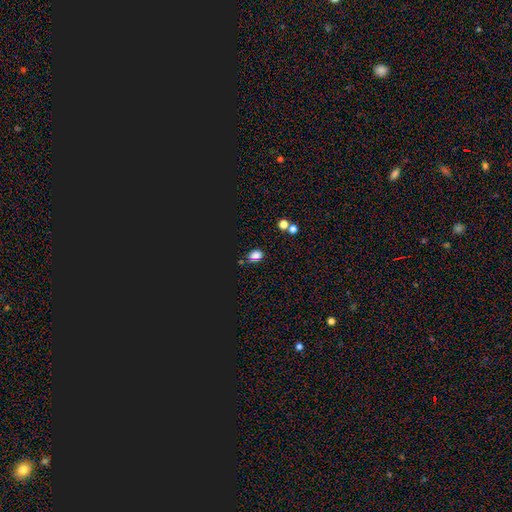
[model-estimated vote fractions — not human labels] This appears to be a smooth galaxy with no disk features (74%) that is in between round and cigar-shaped (72%). Merging: none (74%).